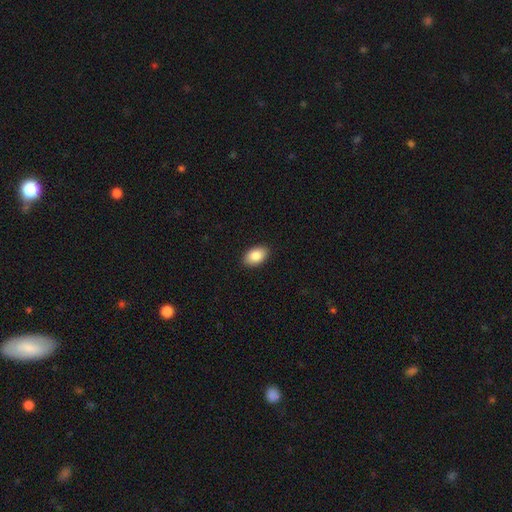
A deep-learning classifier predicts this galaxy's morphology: Overall: smooth (87%). How rounded: in between (92%). Merging: none (90%).